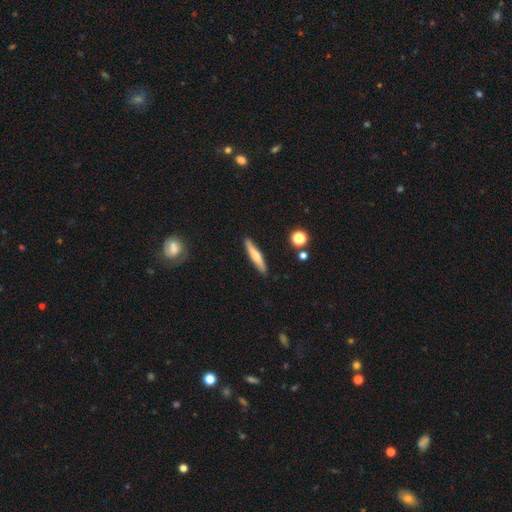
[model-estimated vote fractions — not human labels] This appears to be a smooth galaxy with no disk features (60%) that is cigar-shaped (90%). Merging: none (87%).